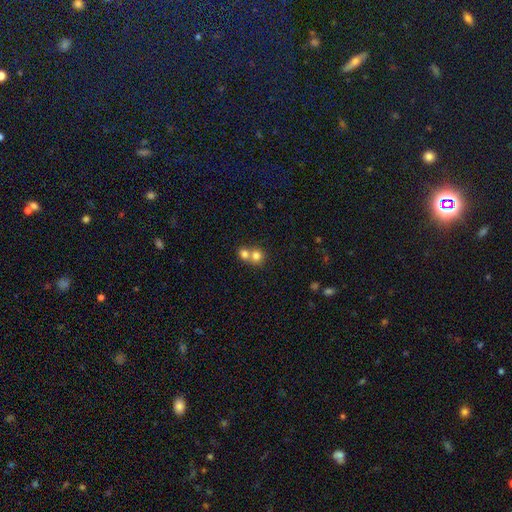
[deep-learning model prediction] Morphology: type=smooth (78%); roundness=round (82%); merging=merger (59%).